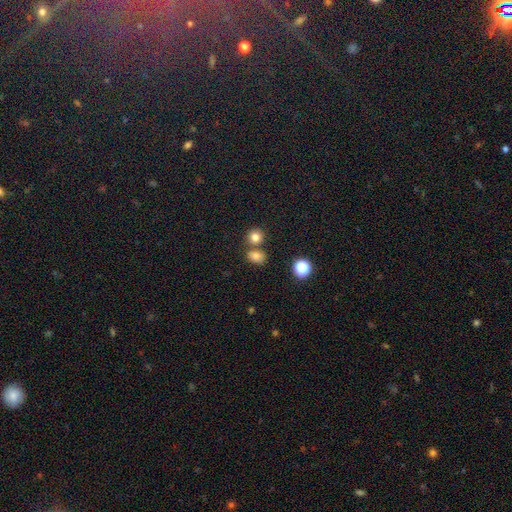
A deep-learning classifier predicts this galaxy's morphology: A smooth galaxy with no disk features (78%) that is in between round and cigar-shaped (51%).

Vote fractions:
- Smooth or featured? smooth: 78% / star or artifact: 15% / featured or disk: 7%
- How rounded? in between: 51% / round: 48% / cigar-shaped: 1%
- Merging? none: 61% / merger: 26% / minor disturbance: 10% / major disturbance: 3%